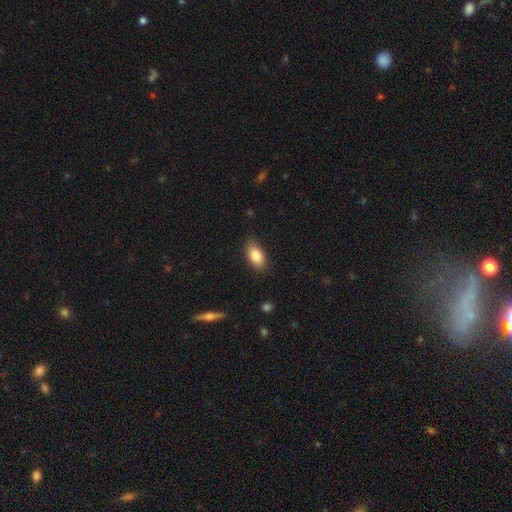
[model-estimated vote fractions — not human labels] smooth 85%, featured or disk 8%, star or artifact 7%. Down the decision tree: how rounded — in between (91%); merging — none (84%).